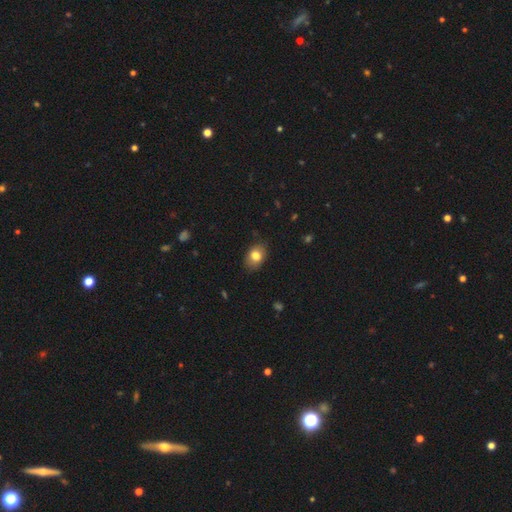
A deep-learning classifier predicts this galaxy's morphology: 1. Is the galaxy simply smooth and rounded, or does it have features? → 80% smooth, 11% featured or disk, 9% star or artifact.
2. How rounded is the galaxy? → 72% in between, 27% round, 1% cigar-shaped.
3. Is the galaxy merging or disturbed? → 83% none, 14% minor disturbance, 3% major disturbance, 1% merger.